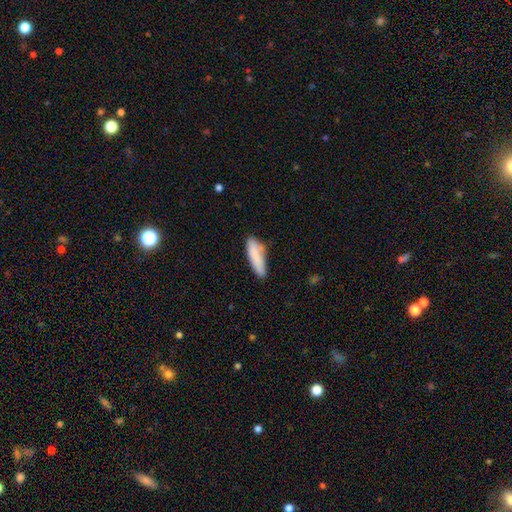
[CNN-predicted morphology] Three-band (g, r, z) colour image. It shows a smooth galaxy with no disk features (85%) that is cigar-shaped (61%). Merging: none (72%).